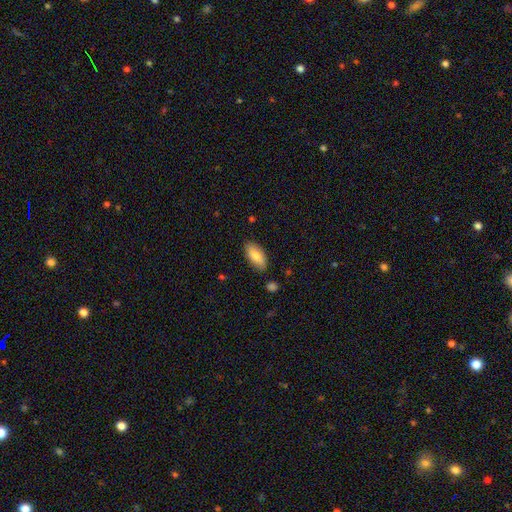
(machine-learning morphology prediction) Smooth or featured? Predicted: smooth (p=0.81). How rounded? Predicted: in between (p=0.89). Merging? Predicted: none (p=0.85).